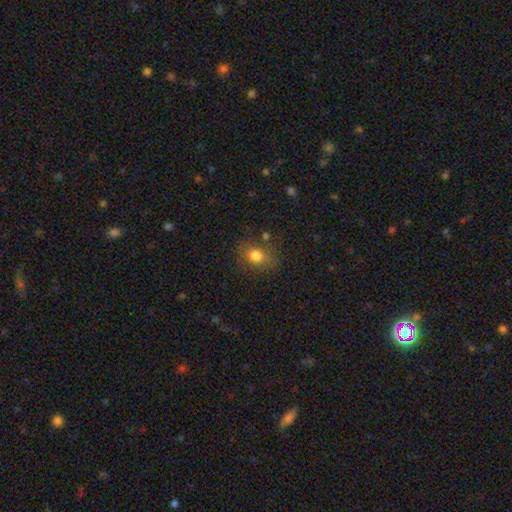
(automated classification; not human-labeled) Smooth or featured: smooth — 78% (star or artifact — 13%)
How rounded: round — 50% (in between — 49%)
Merging: none — 75% (minor disturbance — 16%)